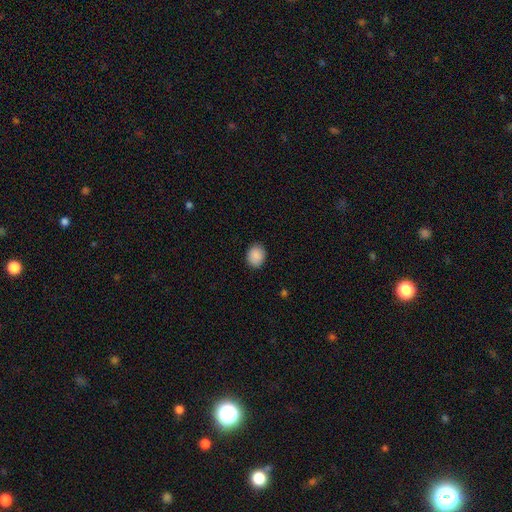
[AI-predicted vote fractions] This is clearly a smooth galaxy (89%). How rounded: possibly round (57%). Merging: clearly none (89%).